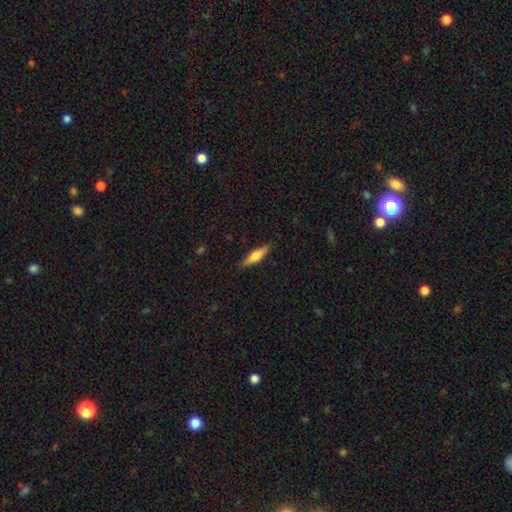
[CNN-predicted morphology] smooth-or-featured: smooth: 57% | featured or disk: 37% | star or artifact: 6%
  how-rounded: cigar-shaped: 71% | in between: 27% | round: 2%
  merging: none: 86% | minor disturbance: 11% | major disturbance: 2% | merger: 1%